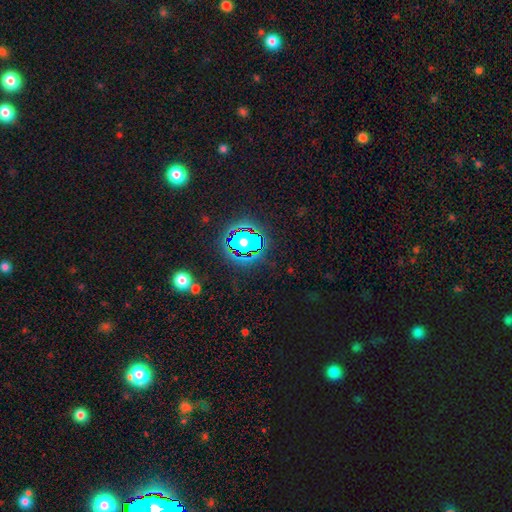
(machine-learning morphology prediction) Smooth or featured: star or artifact — 80% (smooth — 12%)